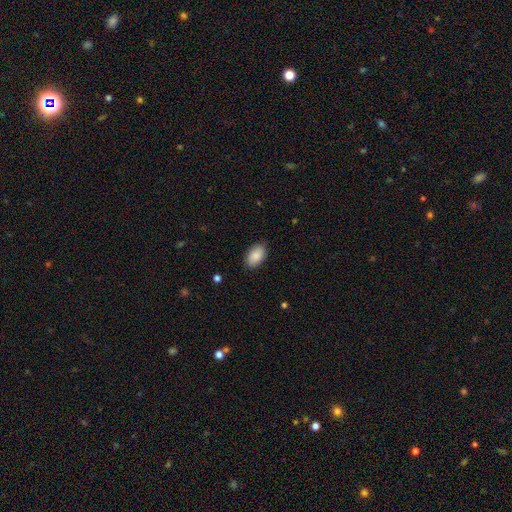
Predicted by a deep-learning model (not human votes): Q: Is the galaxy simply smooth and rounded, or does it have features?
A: smooth — 89%.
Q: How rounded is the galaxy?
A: in between — 93%.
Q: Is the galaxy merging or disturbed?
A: none — 86%.